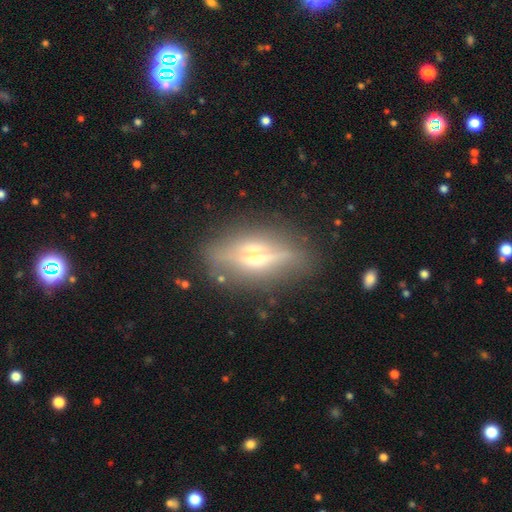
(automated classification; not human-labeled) Smooth or featured: featured or disk — 75% (smooth — 17%)
Edge-on disk: yes — 81% (no — 19%)
Edge-on bulge: rounded — 93% (boxy — 4%)
Merging: none — 76% (minor disturbance — 15%)